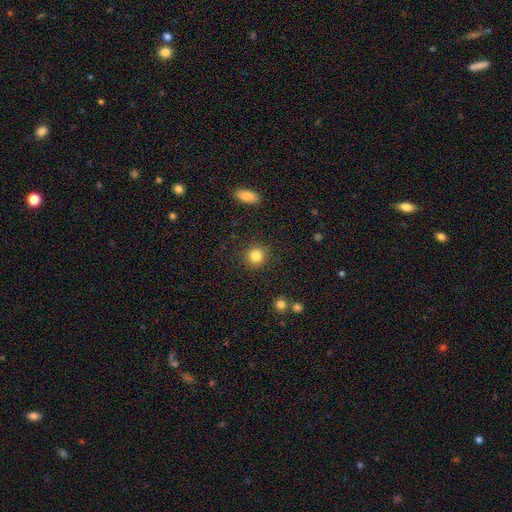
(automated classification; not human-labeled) Q: Smooth or featured?
A: smooth (85%); runner-up: star or artifact (10%)
Q: How rounded?
A: round (91%); runner-up: in between (8%)
Q: Merging?
A: none (90%); runner-up: minor disturbance (6%)